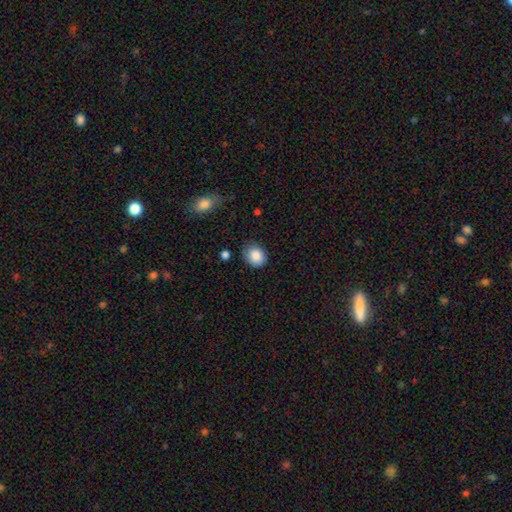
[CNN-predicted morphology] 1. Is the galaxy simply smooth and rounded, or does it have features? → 86% smooth, 8% star or artifact, 6% featured or disk.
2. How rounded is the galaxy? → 55% round, 45% in between, 1% cigar-shaped.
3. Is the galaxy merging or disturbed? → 79% none, 16% minor disturbance, 3% major disturbance, 2% merger.